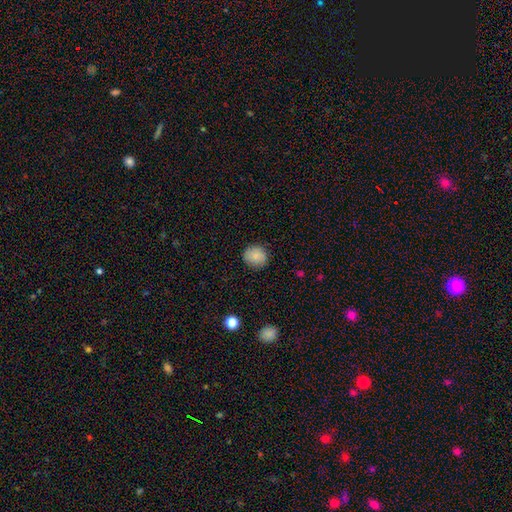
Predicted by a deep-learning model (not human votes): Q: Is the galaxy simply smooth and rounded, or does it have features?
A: smooth — 85%.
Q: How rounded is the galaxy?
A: round — 87%.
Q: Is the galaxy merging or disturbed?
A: none — 86%.